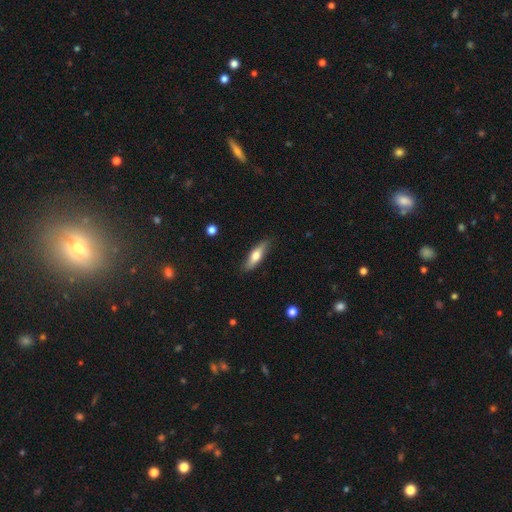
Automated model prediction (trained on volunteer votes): This is likely a smooth galaxy (61%). How rounded: possibly cigar-shaped (59%). Merging: clearly none (84%).